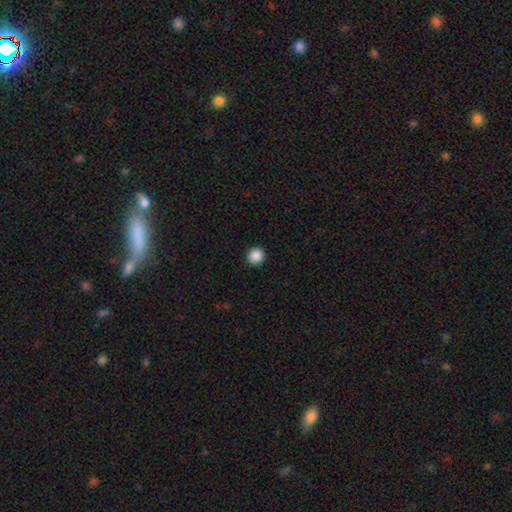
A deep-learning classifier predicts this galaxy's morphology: This is clearly a smooth galaxy (88%). How rounded: clearly round (93%). Merging: clearly none (93%).